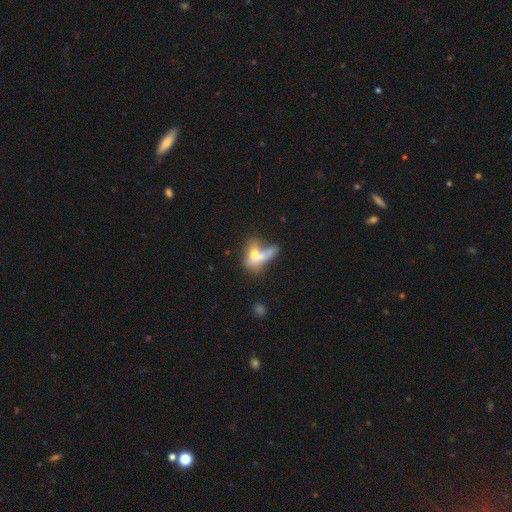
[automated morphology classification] Smooth or featured?
  - smooth: 59% *
  - featured or disk: 31%
  - star or artifact: 10%
How rounded?
  - in between: 67% *
  - round: 22%
  - cigar-shaped: 11%
Merging?
  - merger: 53% *
  - none: 19%
  - major disturbance: 18%
  - minor disturbance: 10%